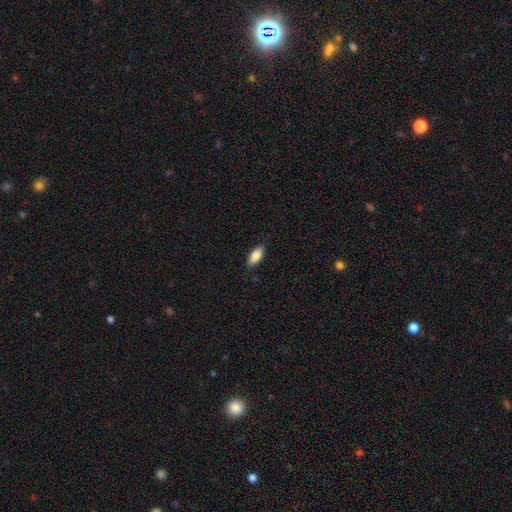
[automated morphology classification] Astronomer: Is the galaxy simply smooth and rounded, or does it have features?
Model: smooth — 83%.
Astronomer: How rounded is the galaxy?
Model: in between — 84%.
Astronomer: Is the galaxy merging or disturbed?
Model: none — 86%.